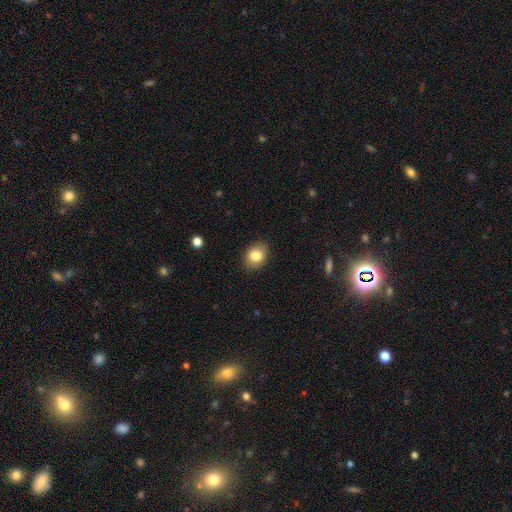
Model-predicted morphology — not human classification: A smooth galaxy with no disk features (83%) that is in between round and cigar-shaped (56%).

Vote fractions:
- Smooth or featured? smooth: 83% / star or artifact: 9% / featured or disk: 8%
- How rounded? in between: 56% / round: 43% / cigar-shaped: 1%
- Merging? none: 85% / minor disturbance: 11% / major disturbance: 2% / merger: 1%